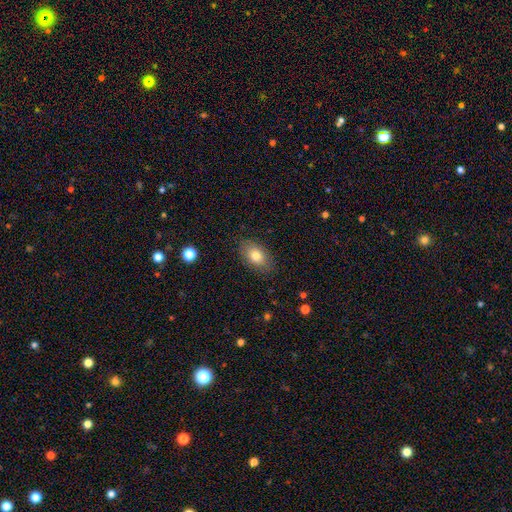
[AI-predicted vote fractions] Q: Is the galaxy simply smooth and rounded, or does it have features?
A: smooth — 78%.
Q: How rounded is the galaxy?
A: in between — 89%.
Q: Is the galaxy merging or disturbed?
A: none — 84%.